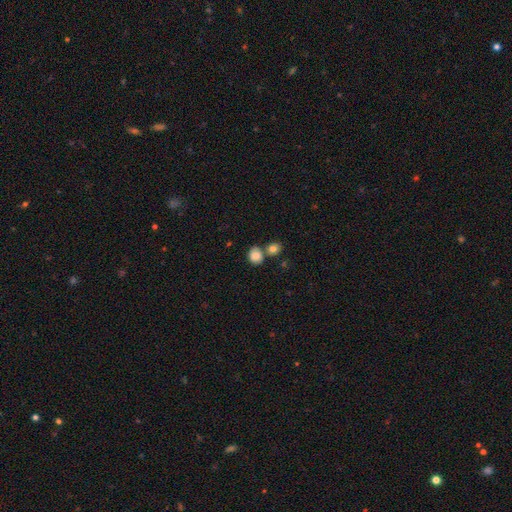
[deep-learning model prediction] Smooth or featured? smooth (83%)
How rounded? round (66%)
Merging? none (53%)